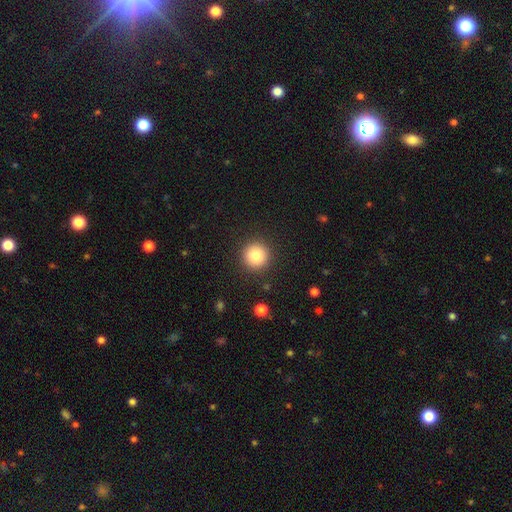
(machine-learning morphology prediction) type=smooth (82%); roundness=round (95%); merging=none (91%).